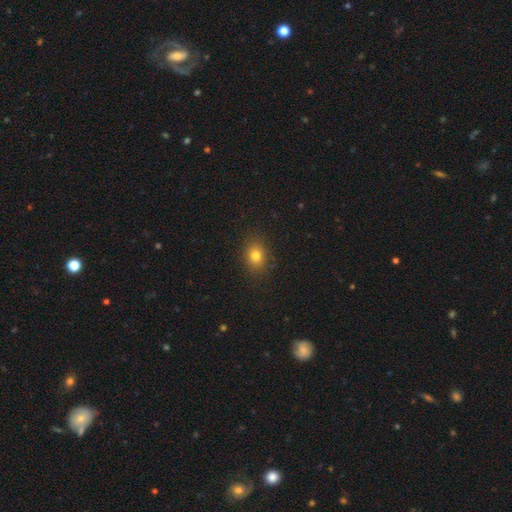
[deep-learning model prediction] This appears to be a smooth galaxy with no disk features (79%) that is in between round and cigar-shaped (53%). Merging: none (86%).